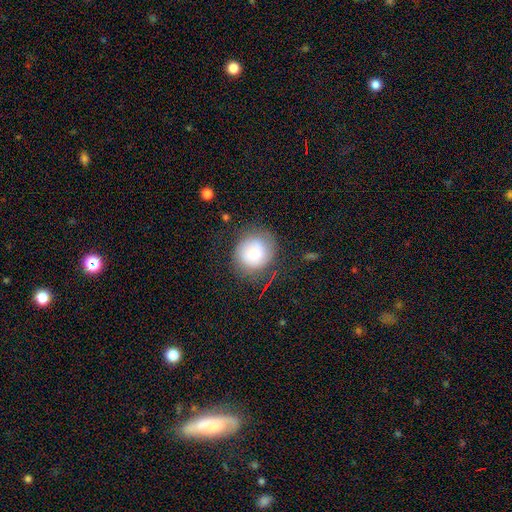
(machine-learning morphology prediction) A smooth galaxy with no disk features (65%) that is round (87%).

Vote fractions:
- Smooth or featured? smooth: 65% / featured or disk: 25% / star or artifact: 10%
- How rounded? round: 87% / in between: 12% / cigar-shaped: 1%
- Merging? none: 72% / minor disturbance: 18% / major disturbance: 8% / merger: 2%